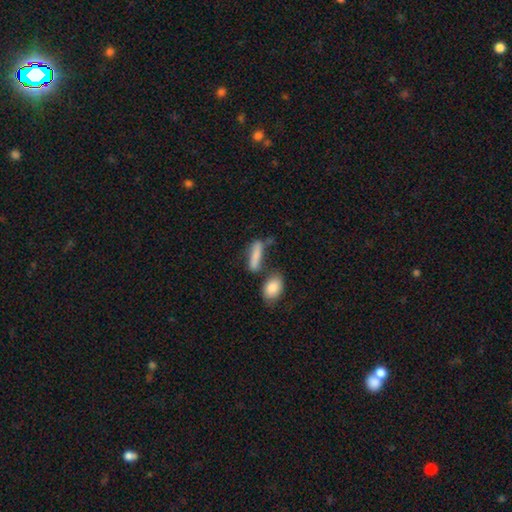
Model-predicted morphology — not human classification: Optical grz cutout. It shows a smooth galaxy with no disk features (79%) that is cigar-shaped (60%). Merging: none (54%).